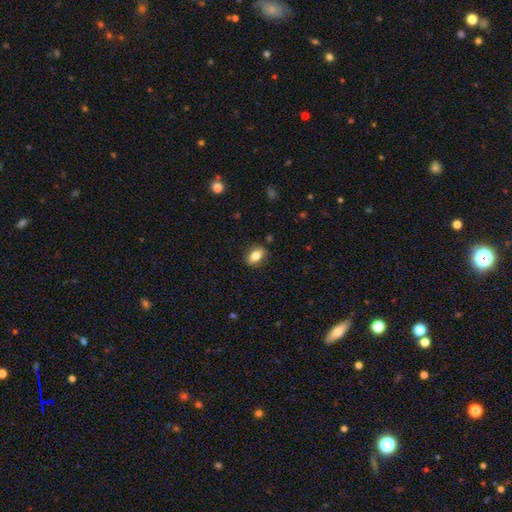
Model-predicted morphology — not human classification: Smooth or featured? Predicted: smooth (p=0.80). How rounded? Predicted: in between (p=0.84). Merging? Predicted: none (p=0.86).